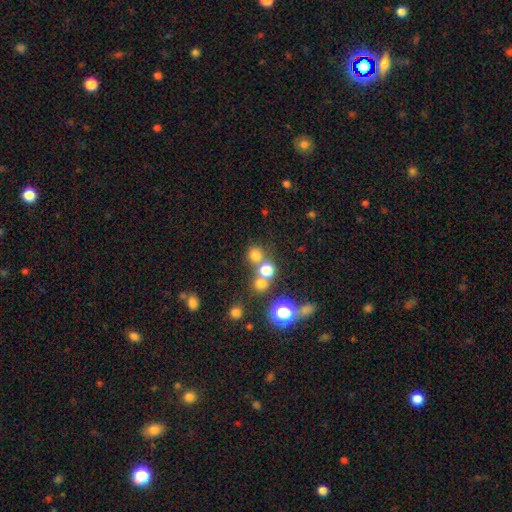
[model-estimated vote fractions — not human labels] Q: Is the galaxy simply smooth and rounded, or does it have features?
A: smooth — 70%.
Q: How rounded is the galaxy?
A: round — 88%.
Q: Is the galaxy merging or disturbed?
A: none — 62%.